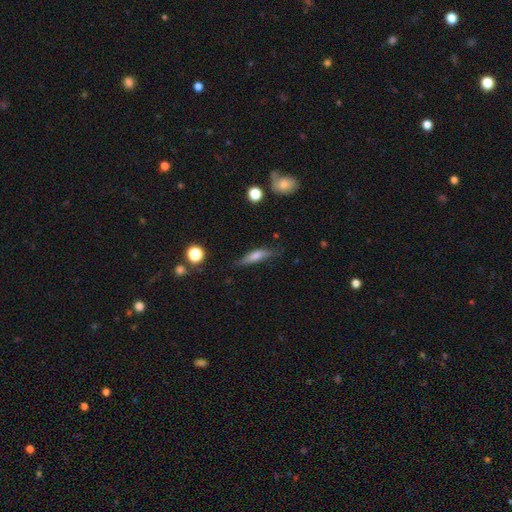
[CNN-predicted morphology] The model was most divided on "smooth or featured": smooth: 61%, featured or disk: 31%, star or artifact: 8%. More confident: merging — none (70%); how rounded — cigar-shaped (69%).